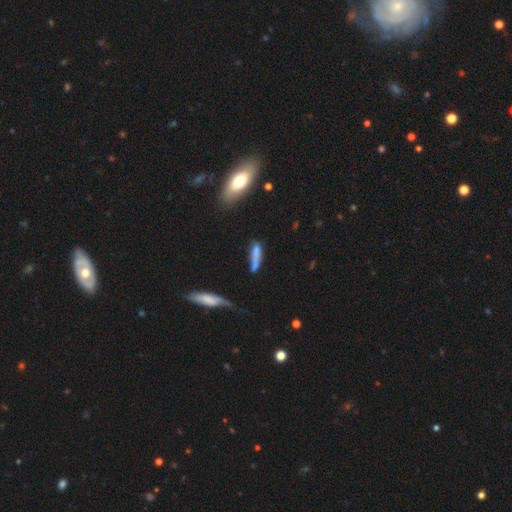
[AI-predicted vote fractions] A smooth galaxy with no disk features (72%) that is cigar-shaped (69%). Merging: none (44%).